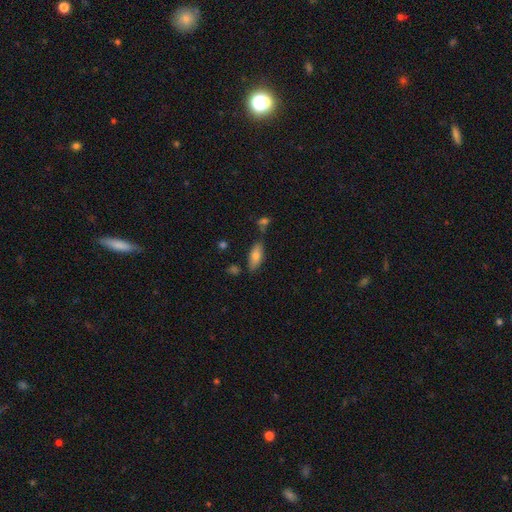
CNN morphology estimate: The model was most divided on "smooth or featured": smooth: 73%, featured or disk: 20%, star or artifact: 7%. More confident: how rounded — in between (77%); merging — none (72%).